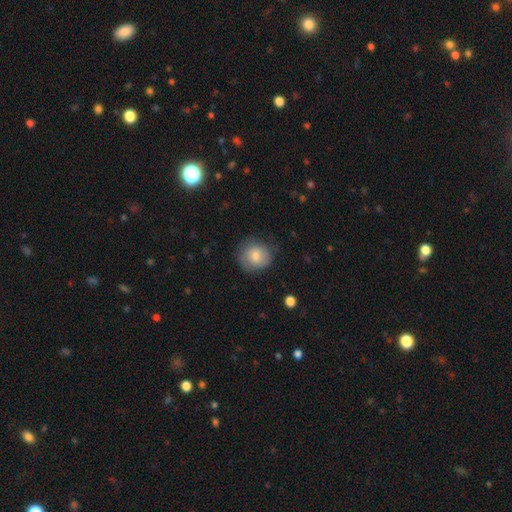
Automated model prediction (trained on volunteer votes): smooth 76%, featured or disk 17%, star or artifact 8%. Down the decision tree: how rounded — round (86%); merging — none (74%).